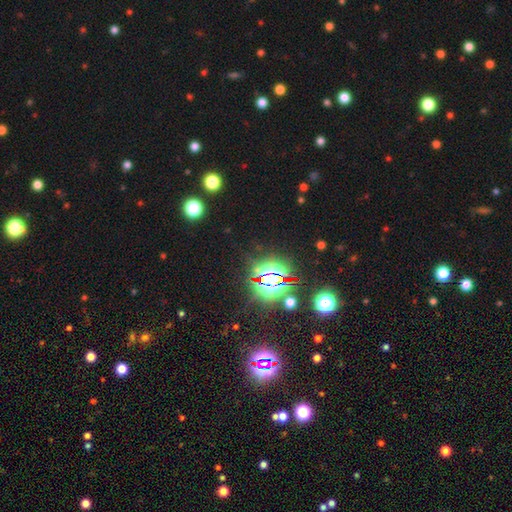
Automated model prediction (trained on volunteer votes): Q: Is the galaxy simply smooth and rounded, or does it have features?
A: star or artifact — 81%.